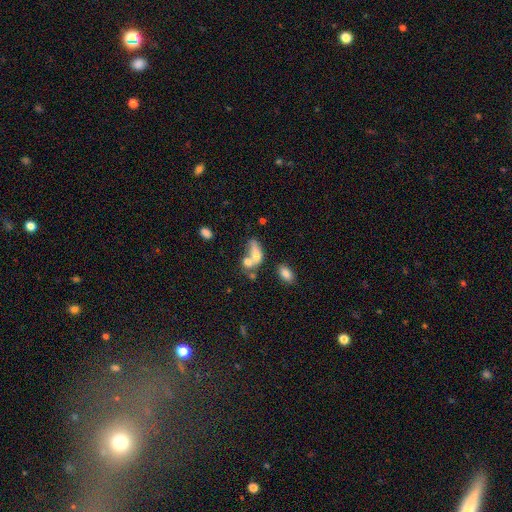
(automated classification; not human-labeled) Smooth or featured? smooth (63%)
How rounded? in between (75%)
Merging? merger (61%)